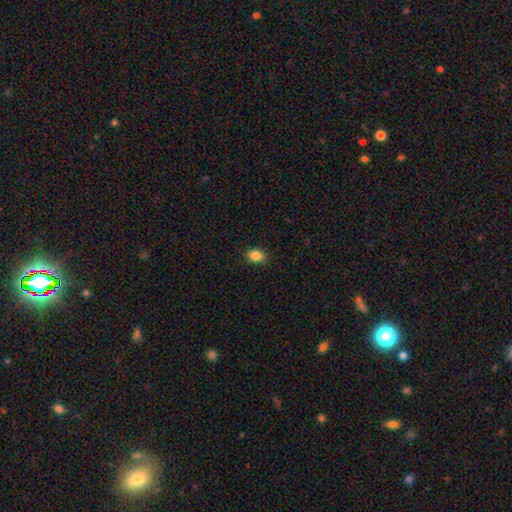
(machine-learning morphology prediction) Smooth or featured? Predicted: smooth (p=0.87). How rounded? Predicted: in between (p=0.73). Merging? Predicted: none (p=0.89).